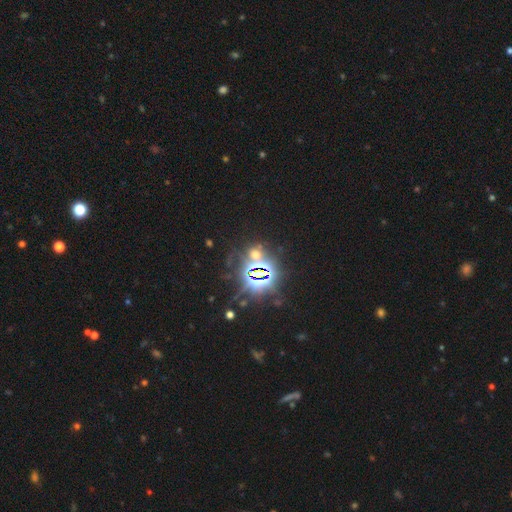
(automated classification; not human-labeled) Overall: star or artifact (73%).